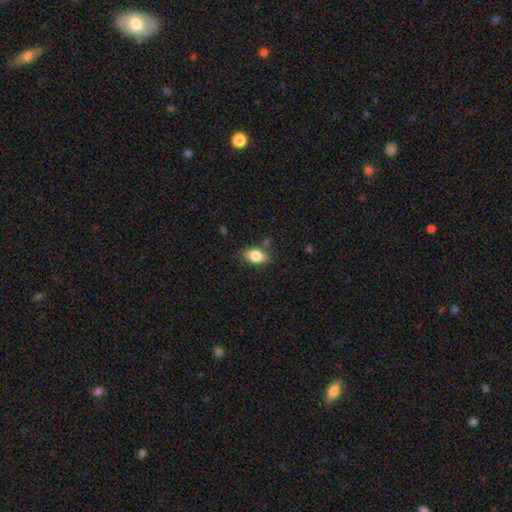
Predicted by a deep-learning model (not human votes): Q: Smooth or featured?
A: smooth (81%); runner-up: featured or disk (11%)
Q: How rounded?
A: in between (88%); runner-up: round (8%)
Q: Merging?
A: none (79%); runner-up: minor disturbance (15%)